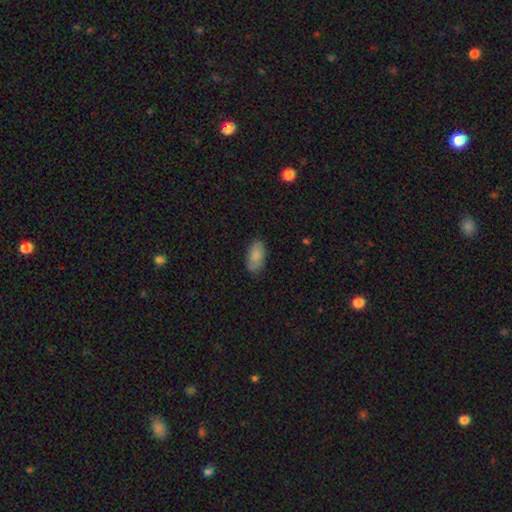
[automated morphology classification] smooth-or-featured: smooth: 86% | featured or disk: 7% | star or artifact: 6%
  how-rounded: in between: 92% | cigar-shaped: 5% | round: 2%
  merging: none: 83% | minor disturbance: 13% | major disturbance: 3% | merger: 1%